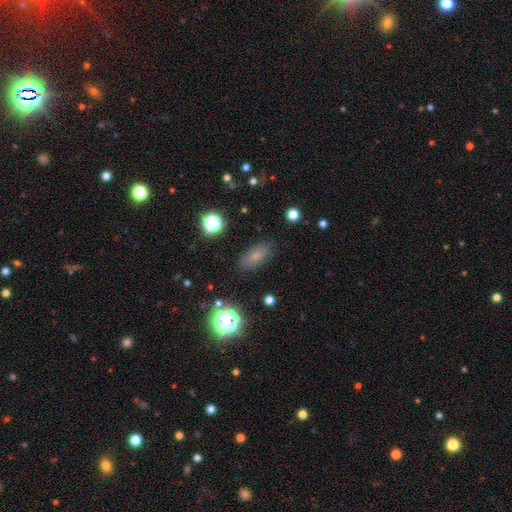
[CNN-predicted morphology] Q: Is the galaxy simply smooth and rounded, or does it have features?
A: smooth — 72%.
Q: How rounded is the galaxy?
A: in between — 82%.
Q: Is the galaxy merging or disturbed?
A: none — 84%.